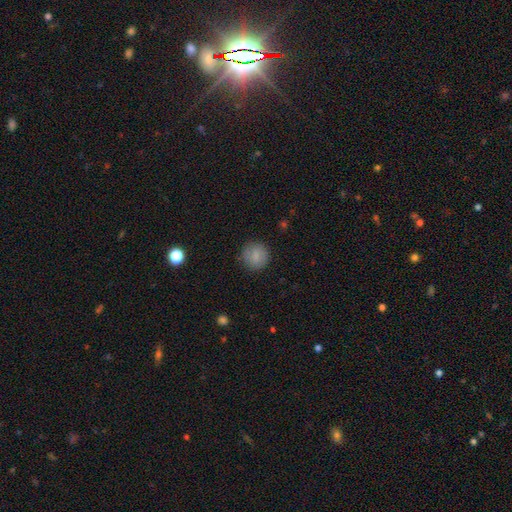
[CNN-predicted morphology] The model was most divided on "smooth or featured": smooth: 79%, featured or disk: 12%, star or artifact: 9%. More confident: how rounded — round (88%); merging — none (86%).